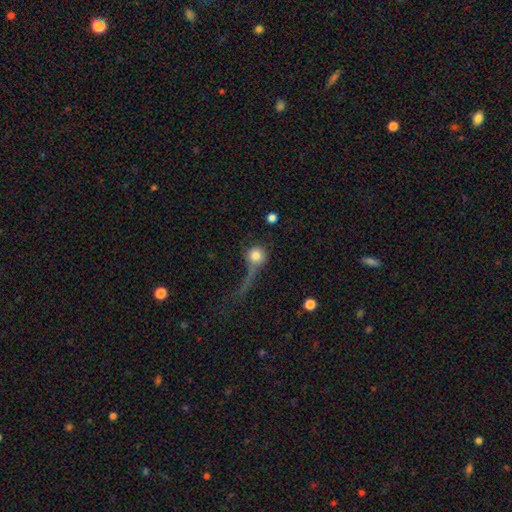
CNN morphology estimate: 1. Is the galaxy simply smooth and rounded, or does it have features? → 75% smooth, 15% featured or disk, 10% star or artifact.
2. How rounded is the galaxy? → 89% round, 9% in between, 2% cigar-shaped.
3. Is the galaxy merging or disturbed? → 41% major disturbance, 33% none, 15% minor disturbance, 11% merger.